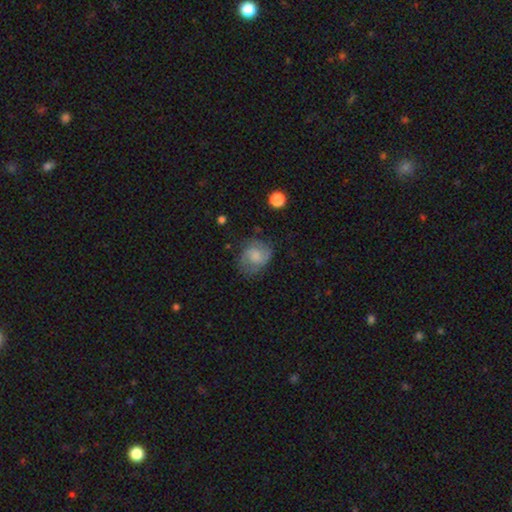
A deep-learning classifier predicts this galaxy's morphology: A featured or disk galaxy (47%). Merging: none (64%).